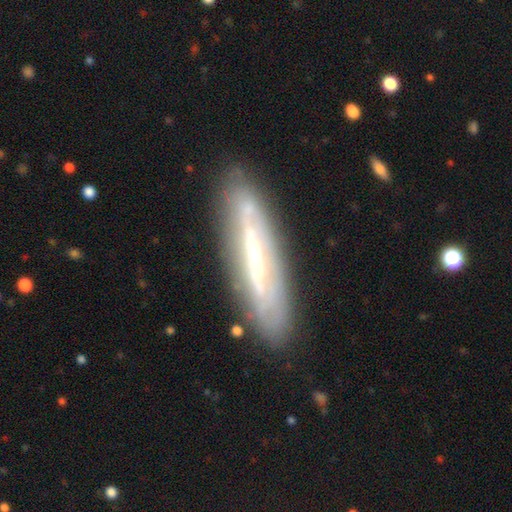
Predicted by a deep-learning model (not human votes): Smooth or featured: featured or disk — 70% (smooth — 23%)
Edge-on disk: yes — 61% (no — 39%)
Merging: none — 80% (minor disturbance — 13%)